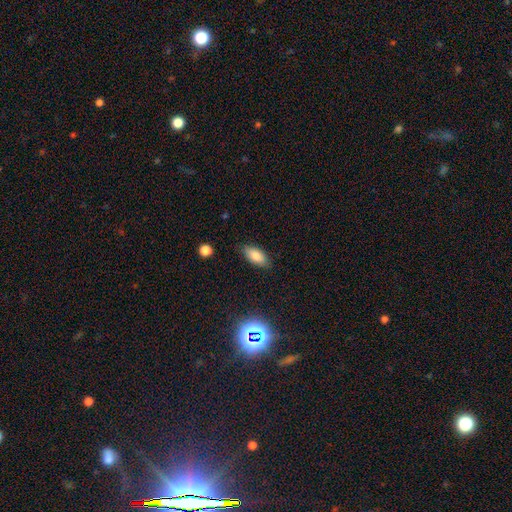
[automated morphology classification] A smooth galaxy with no disk features (81%) that is in between round and cigar-shaped (86%). Merging: none (85%).